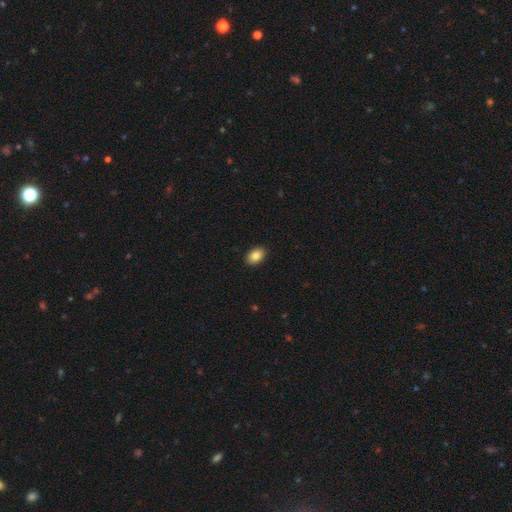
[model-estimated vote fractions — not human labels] Morphology: type=smooth (86%); roundness=in between (85%); merging=none (90%).